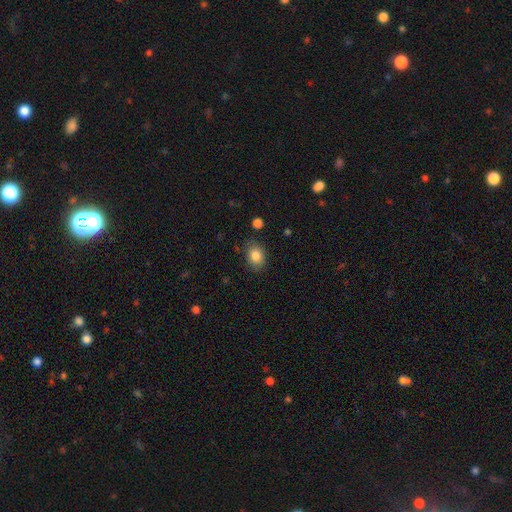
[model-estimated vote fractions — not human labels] The model was most divided on "how rounded": in between: 65%, round: 34%, cigar-shaped: 1%. More confident: smooth or featured — smooth (85%); merging — none (82%).